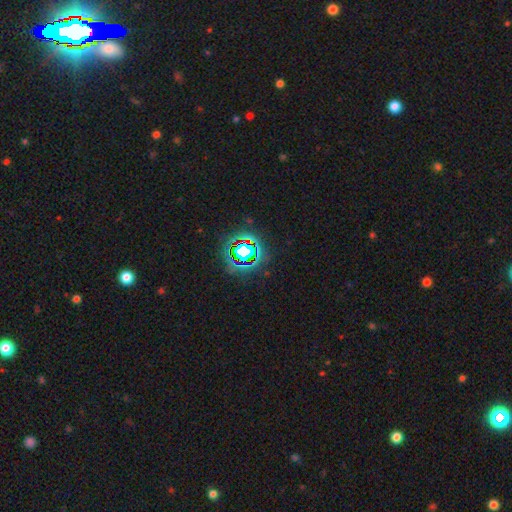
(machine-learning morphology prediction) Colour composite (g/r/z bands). It shows a star or artifact, not a galaxy (72%).